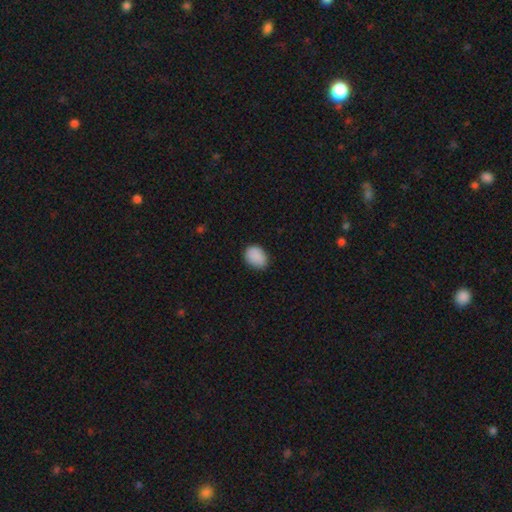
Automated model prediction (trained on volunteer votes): smooth_or_featured: smooth (p=0.89) [alt: star or artifact p=0.08]
how_rounded: in between (p=0.67) [alt: round p=0.32]
merging: none (p=0.76) [alt: minor disturbance p=0.20]